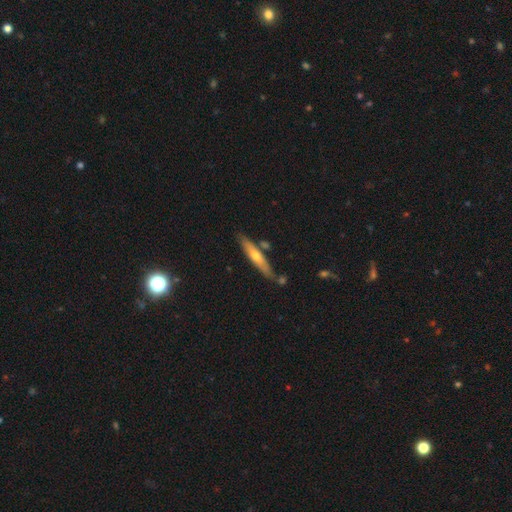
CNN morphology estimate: type=featured or disk (50%); edge-on=yes (88%); merging=none (80%).